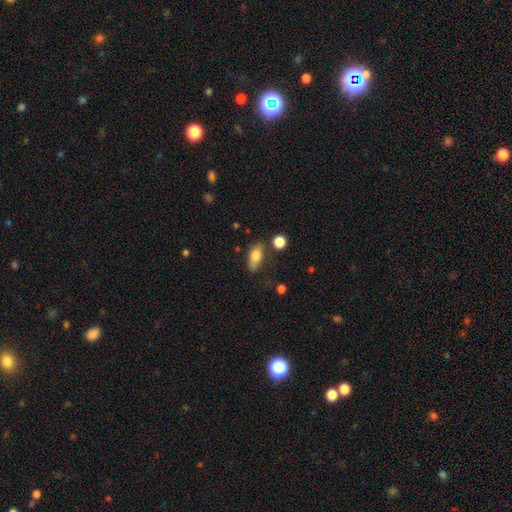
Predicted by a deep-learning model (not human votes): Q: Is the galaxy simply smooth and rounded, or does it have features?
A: smooth — 80%.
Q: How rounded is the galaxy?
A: in between — 82%.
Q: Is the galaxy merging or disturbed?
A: none — 65%.